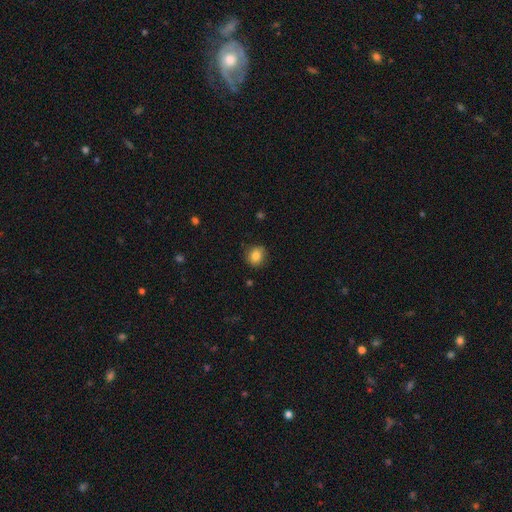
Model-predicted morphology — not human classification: smooth 83%, star or artifact 10%, featured or disk 7%. Down the decision tree: how rounded — round (76%); merging — none (85%).